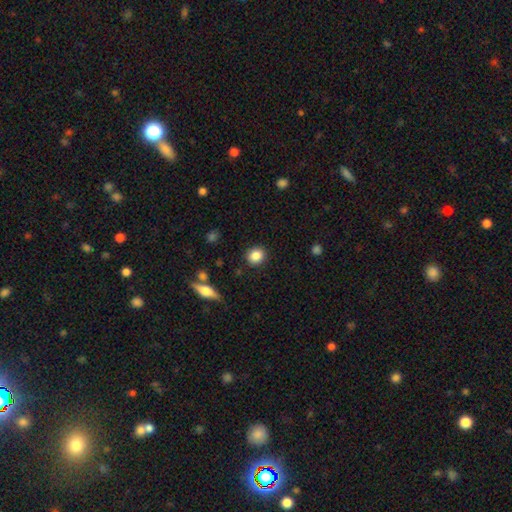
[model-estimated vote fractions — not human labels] Q: Smooth or featured?
A: smooth (86%); runner-up: star or artifact (9%)
Q: How rounded?
A: round (79%); runner-up: in between (20%)
Q: Merging?
A: none (90%); runner-up: minor disturbance (7%)